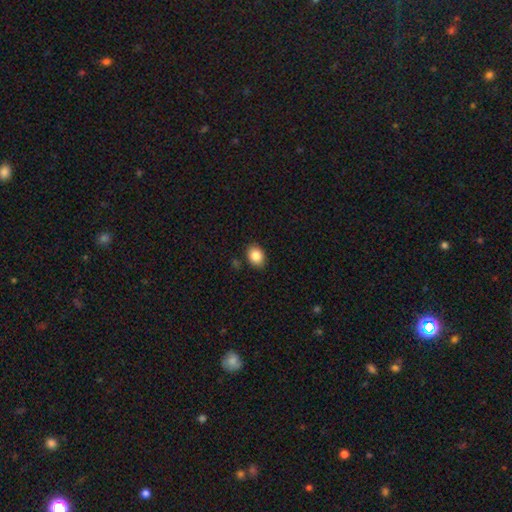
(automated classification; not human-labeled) Morphology: type=smooth (86%); roundness=in between (61%); merging=none (87%).